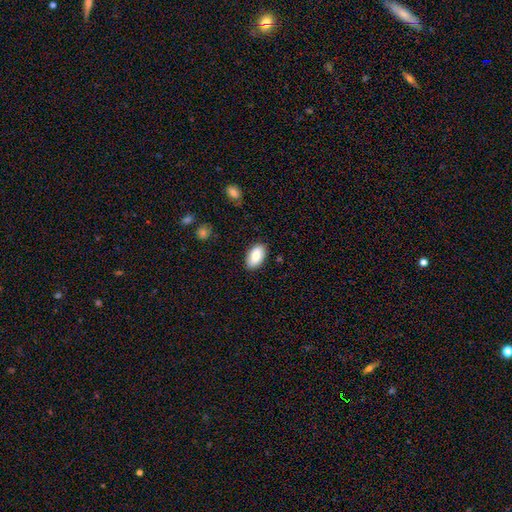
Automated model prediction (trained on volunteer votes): This appears to be a smooth galaxy with no disk features (80%) that is in between round and cigar-shaped (94%). Merging: none (86%).